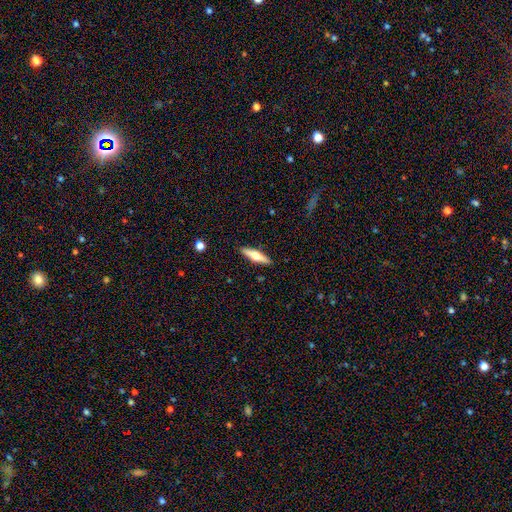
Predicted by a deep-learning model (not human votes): A featured or disk galaxy (50%) viewed edge-on (94%).

Vote fractions:
- Smooth or featured? featured or disk: 50% / smooth: 44% / star or artifact: 6%
- Edge-on disk? yes: 94% / no: 6%
- Merging? none: 90% / minor disturbance: 7% / major disturbance: 2% / merger: 1%